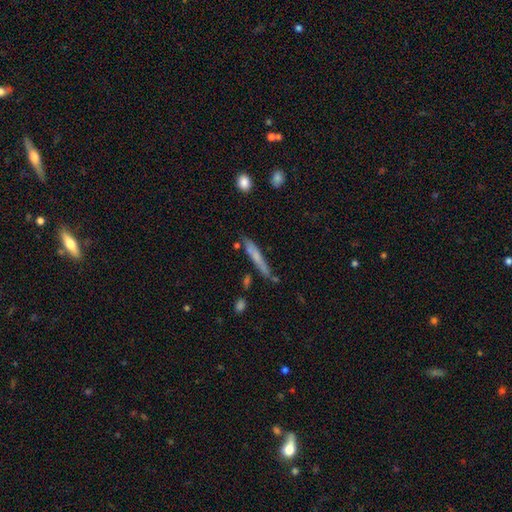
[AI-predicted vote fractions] Q: Smooth or featured?
A: smooth (58%); runner-up: featured or disk (35%)
Q: How rounded?
A: cigar-shaped (93%); runner-up: in between (5%)
Q: Merging?
A: none (73%); runner-up: minor disturbance (17%)